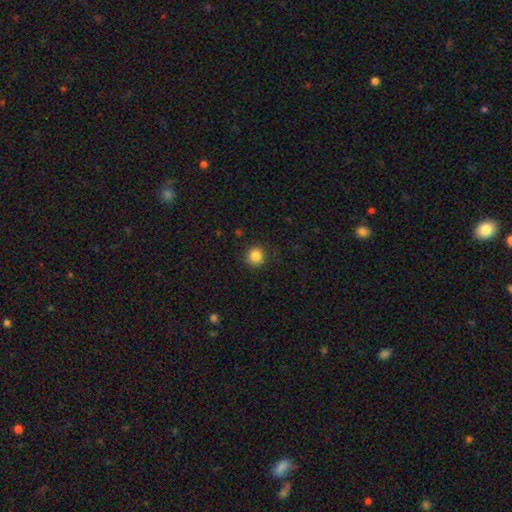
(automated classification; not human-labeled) smooth-or-featured: smooth: 85% | star or artifact: 11% | featured or disk: 4%
  how-rounded: round: 90% | in between: 9% | cigar-shaped: 1%
  merging: none: 89% | minor disturbance: 7% | major disturbance: 2% | merger: 1%